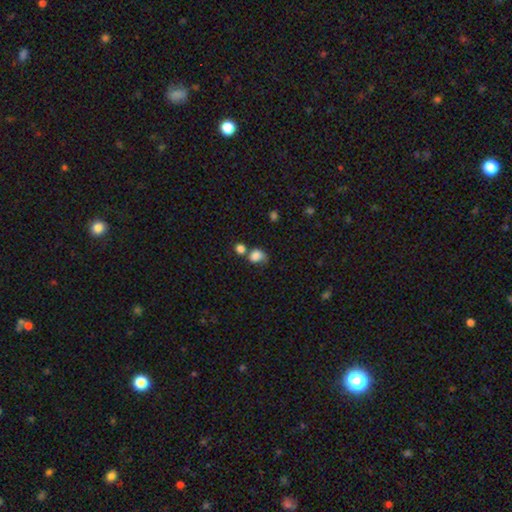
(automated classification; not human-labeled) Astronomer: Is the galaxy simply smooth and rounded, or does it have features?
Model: smooth — 80%.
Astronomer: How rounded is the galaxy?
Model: in between — 50% (runner-up: round, 49%).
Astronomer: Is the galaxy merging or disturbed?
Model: none — 32% (runner-up: merger, 31%).